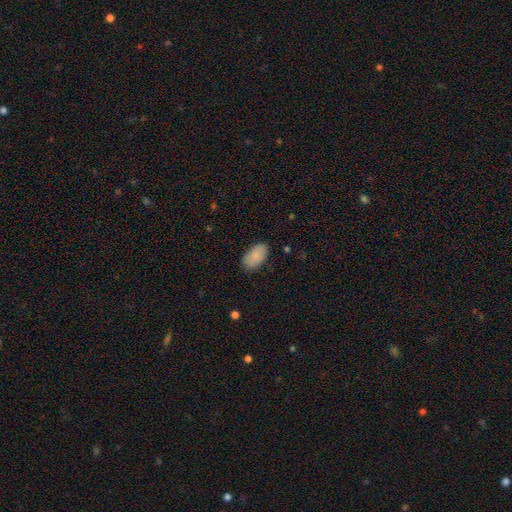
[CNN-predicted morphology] This is clearly a smooth galaxy (88%). How rounded: clearly in between (95%). Merging: clearly none (84%).